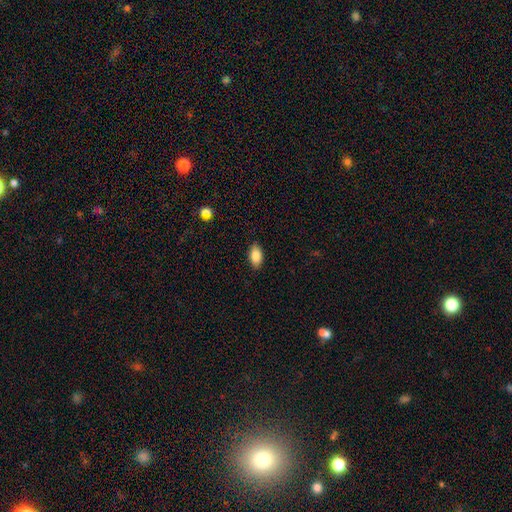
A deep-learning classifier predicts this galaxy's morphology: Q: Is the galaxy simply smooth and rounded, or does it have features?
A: smooth — 86%.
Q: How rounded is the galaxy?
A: in between — 92%.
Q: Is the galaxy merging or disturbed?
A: none — 87%.